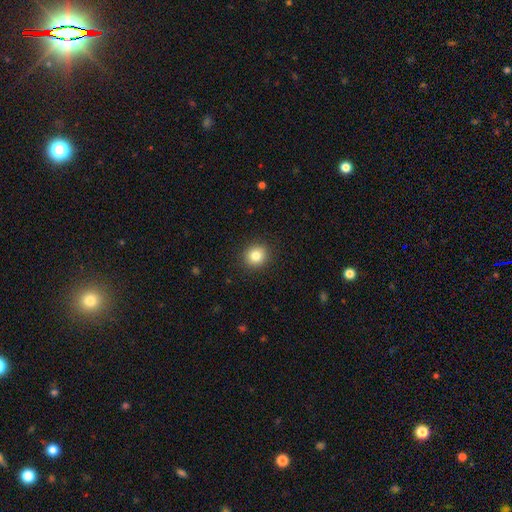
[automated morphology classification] Smooth or featured? smooth (83%)
How rounded? round (84%)
Merging? none (91%)